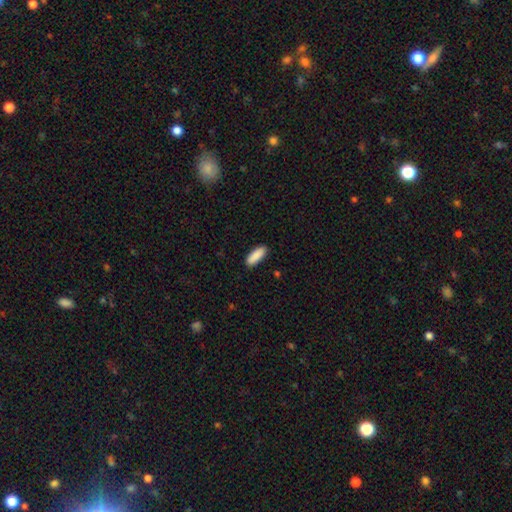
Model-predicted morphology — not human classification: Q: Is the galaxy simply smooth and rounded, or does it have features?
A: smooth — 90%.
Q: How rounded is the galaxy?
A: in between — 61%.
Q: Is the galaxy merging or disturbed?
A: none — 89%.